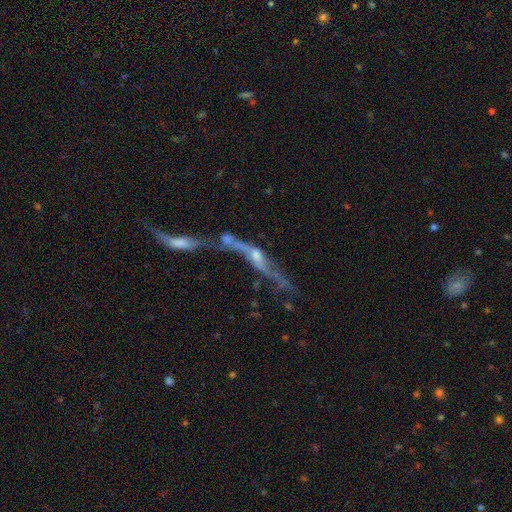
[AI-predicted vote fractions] Morphology: type=featured or disk (69%); edge-on=yes (53%); merging=merger (72%).